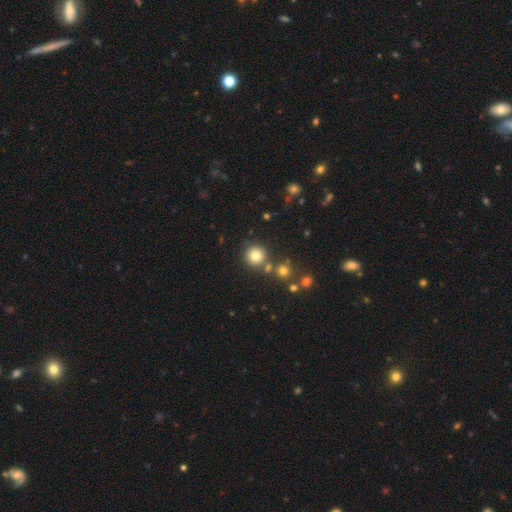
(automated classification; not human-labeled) Smooth or featured: smooth — 79% (star or artifact — 13%)
How rounded: round — 94% (in between — 6%)
Merging: none — 80% (merger — 10%)